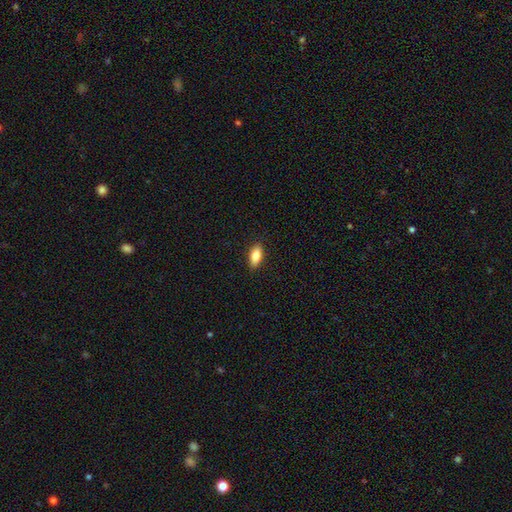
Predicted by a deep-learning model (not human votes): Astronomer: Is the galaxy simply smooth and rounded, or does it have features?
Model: smooth — 81%.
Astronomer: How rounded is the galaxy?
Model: in between — 86%.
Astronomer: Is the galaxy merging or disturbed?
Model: none — 89%.